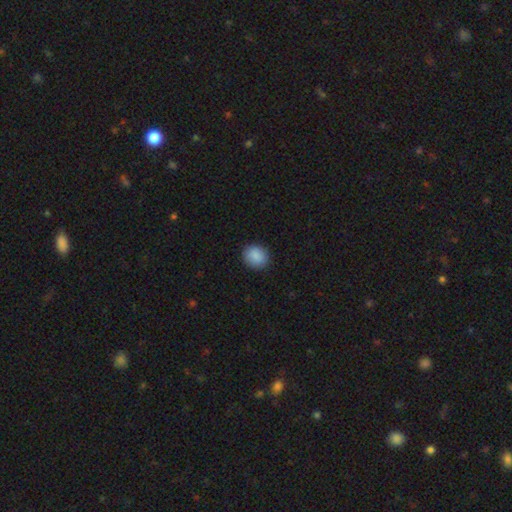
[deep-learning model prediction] This is clearly a smooth galaxy (89%). How rounded: likely round (71%). Merging: clearly none (88%).